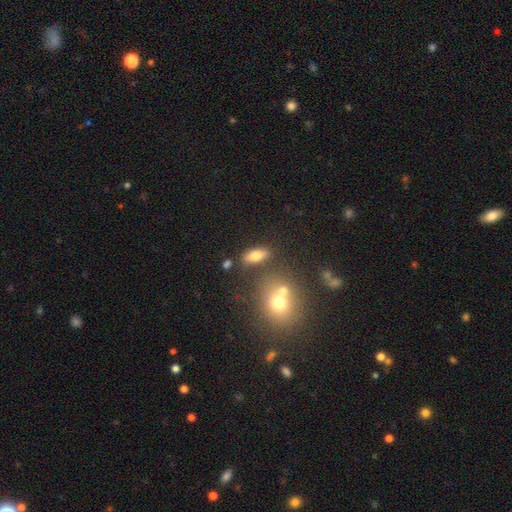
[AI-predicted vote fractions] smooth 71%, featured or disk 18%, star or artifact 11%. Down the decision tree: how rounded — in between (74%); merging — none (73%).